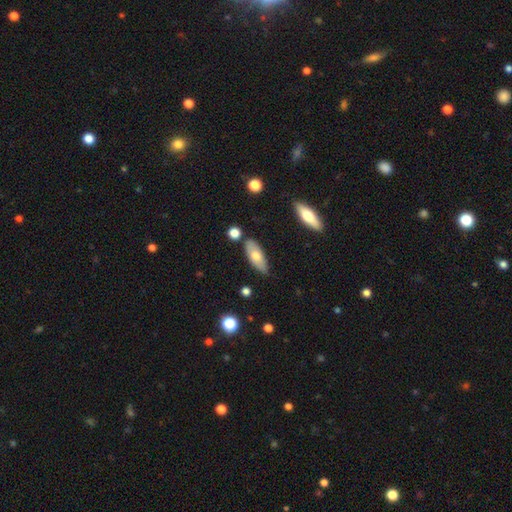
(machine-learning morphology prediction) smooth-or-featured: smooth: 70% | featured or disk: 25% | star or artifact: 6%
  how-rounded: in between: 79% | cigar-shaped: 18% | round: 2%
  merging: none: 77% | minor disturbance: 15% | merger: 5% | major disturbance: 3%